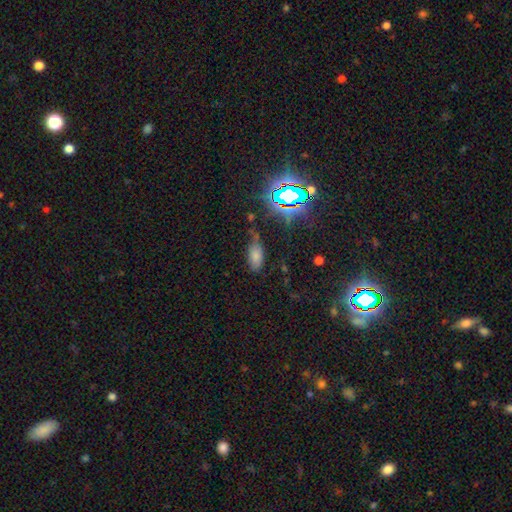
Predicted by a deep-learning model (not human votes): smooth_or_featured: smooth (p=0.67) [alt: star or artifact p=0.22]
how_rounded: in between (p=0.87) [alt: cigar-shaped p=0.09]
merging: none (p=0.55) [alt: minor disturbance p=0.30]